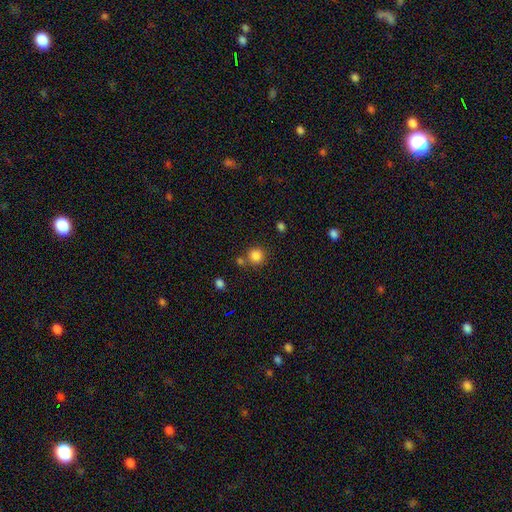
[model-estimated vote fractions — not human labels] Morphology: type=smooth (84%); roundness=round (90%); merging=none (72%).